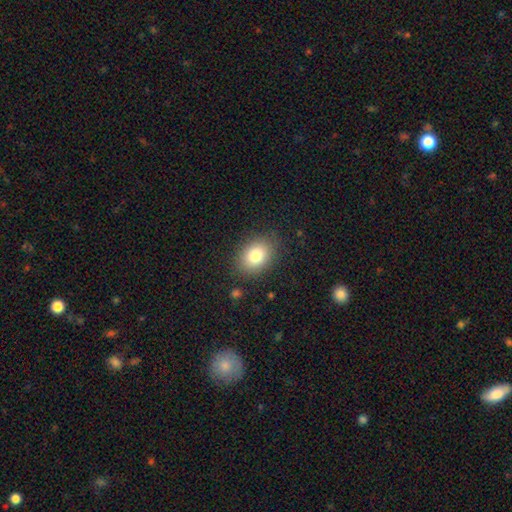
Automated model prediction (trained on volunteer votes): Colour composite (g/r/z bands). It shows a smooth galaxy with no disk features (81%) that is in between round and cigar-shaped (64%). Merging: none (85%).